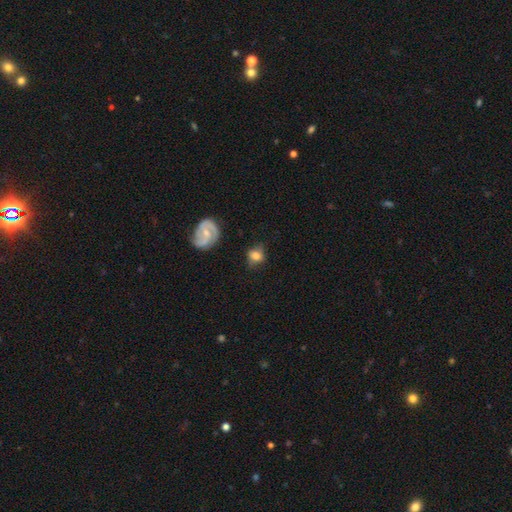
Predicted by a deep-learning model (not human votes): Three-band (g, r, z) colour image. It shows a smooth galaxy with no disk features (66%) that is round (63%). Merging: none (64%).